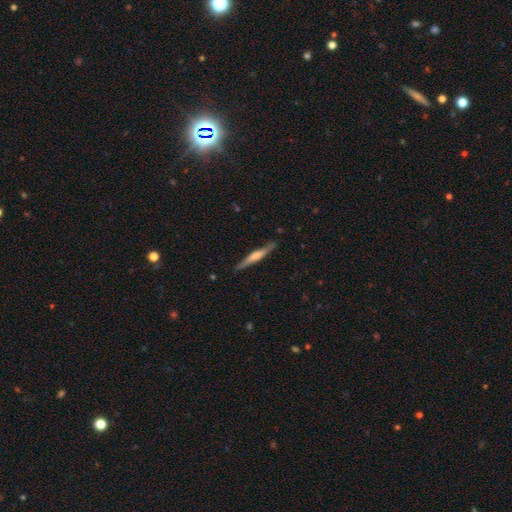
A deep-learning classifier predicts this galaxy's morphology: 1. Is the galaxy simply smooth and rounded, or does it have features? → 64% featured or disk, 30% smooth, 6% star or artifact.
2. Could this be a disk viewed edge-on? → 97% yes, 3% no.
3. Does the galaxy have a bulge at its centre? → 61% rounded, 23% boxy, 16% none.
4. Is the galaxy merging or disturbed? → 88% none, 9% minor disturbance, 2% major disturbance, 1% merger.